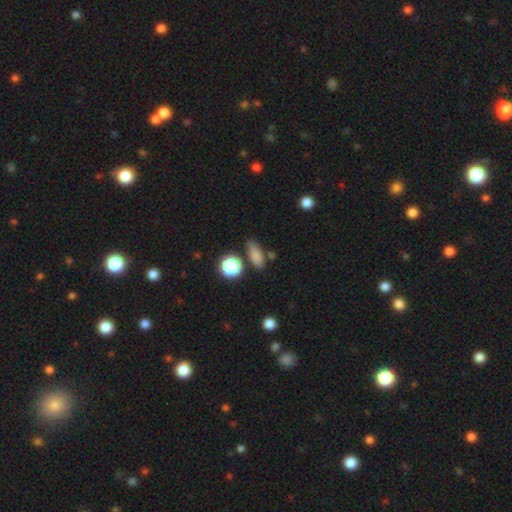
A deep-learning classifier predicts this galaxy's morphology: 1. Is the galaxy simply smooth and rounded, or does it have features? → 80% smooth, 12% star or artifact, 8% featured or disk.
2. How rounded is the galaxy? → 60% in between, 23% cigar-shaped, 17% round.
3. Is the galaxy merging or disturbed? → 69% none, 17% minor disturbance, 9% merger, 5% major disturbance.